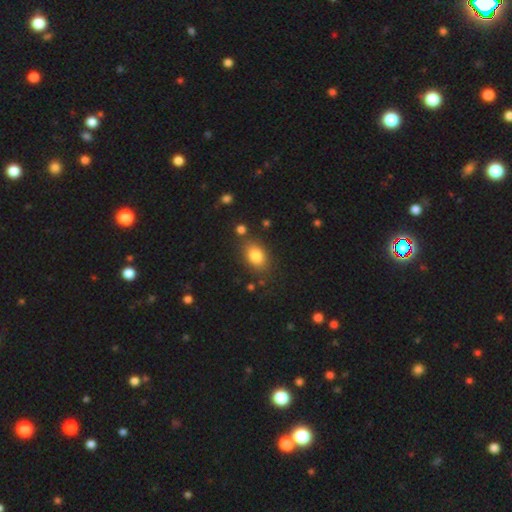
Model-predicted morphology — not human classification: type=smooth (82%); roundness=in between (81%); merging=none (80%).